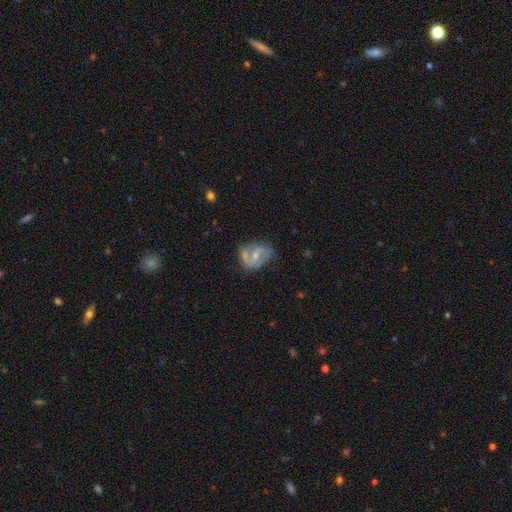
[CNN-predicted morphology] This appears to be a featured or disk galaxy (65%) with a weak bar (42%), spiral arms (65%) and a moderate central bulge (48%). Merging: none (48%).